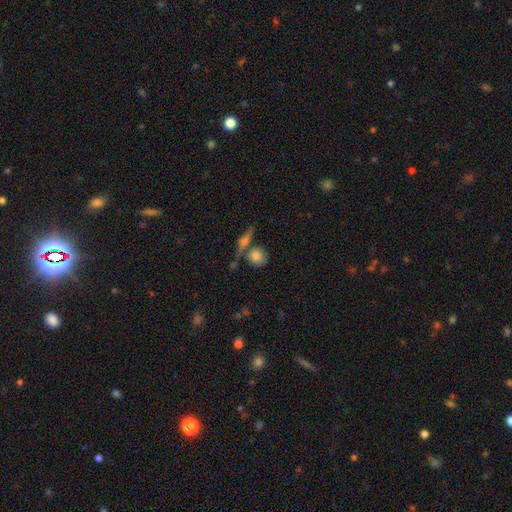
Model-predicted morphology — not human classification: A smooth galaxy with no disk features (79%) that is round (79%). Merging: none (53%).